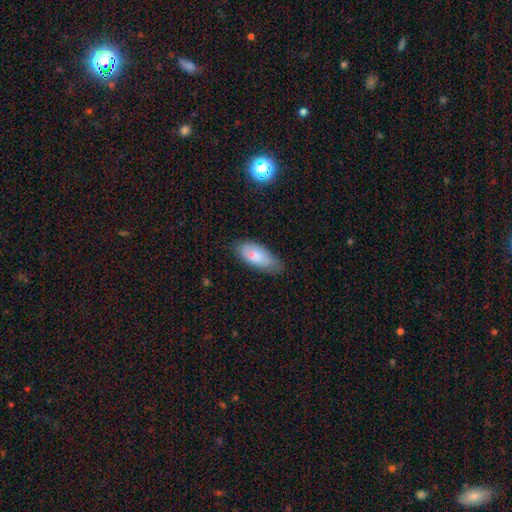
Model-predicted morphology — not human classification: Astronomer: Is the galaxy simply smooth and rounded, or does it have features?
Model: smooth — 80%.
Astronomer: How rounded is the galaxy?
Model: in between — 83%.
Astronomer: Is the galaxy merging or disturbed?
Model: none — 63%.